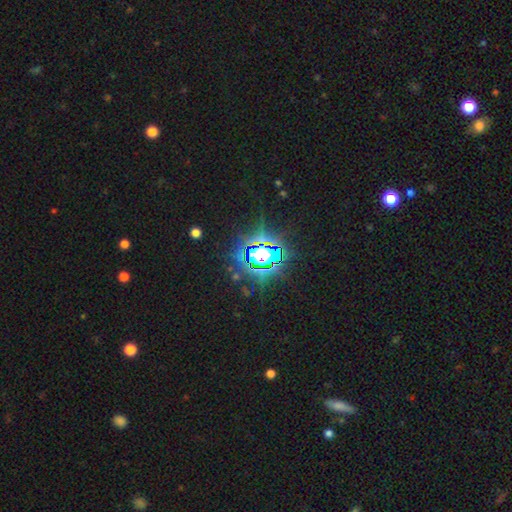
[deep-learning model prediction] Morphology: type=star or artifact (81%).